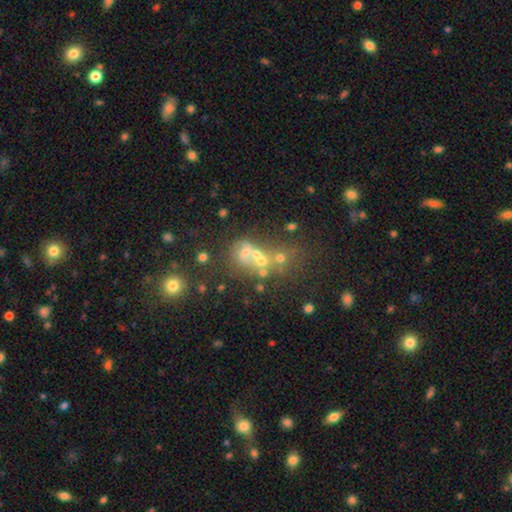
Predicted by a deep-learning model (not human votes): This appears to be a featured or disk galaxy (35%, tied with smooth). Merging: merger (47%).